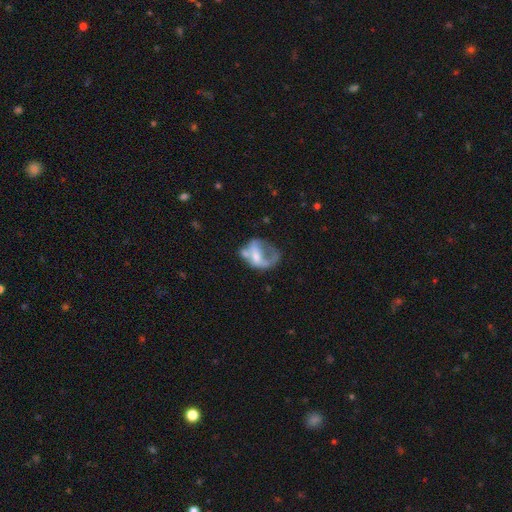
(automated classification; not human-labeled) This appears to be a featured or disk galaxy (50%). Merging: major disturbance (43%).